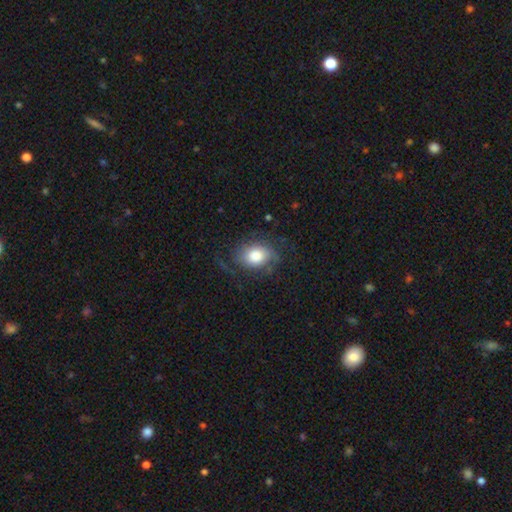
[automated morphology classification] smooth 51%, featured or disk 40%, star or artifact 9%. Down the decision tree: how rounded — in between (63%); merging — none (59%).